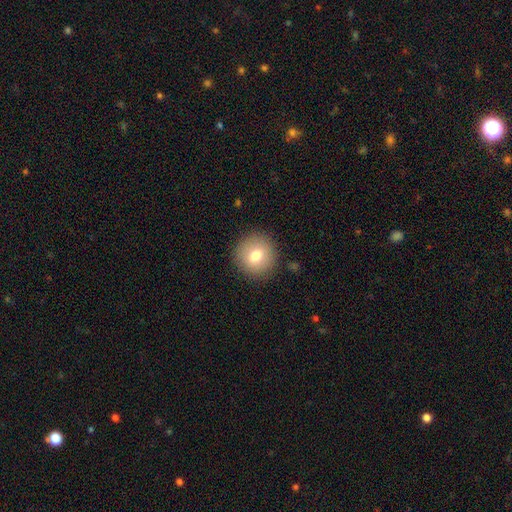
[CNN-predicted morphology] type=smooth (75%); roundness=round (92%); merging=none (89%).